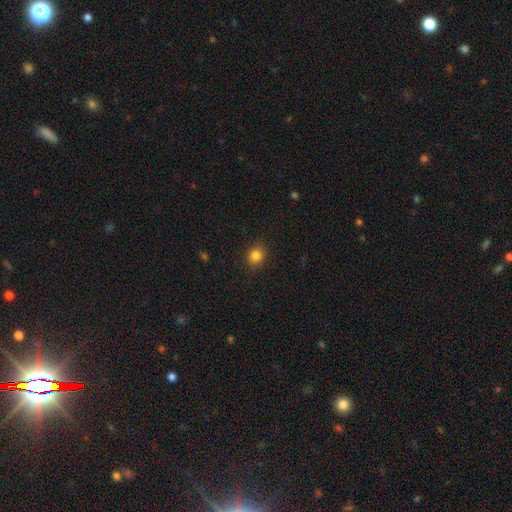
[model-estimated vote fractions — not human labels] Q: Smooth or featured?
A: smooth (84%); runner-up: star or artifact (11%)
Q: How rounded?
A: round (79%); runner-up: in between (20%)
Q: Merging?
A: none (89%); runner-up: minor disturbance (7%)